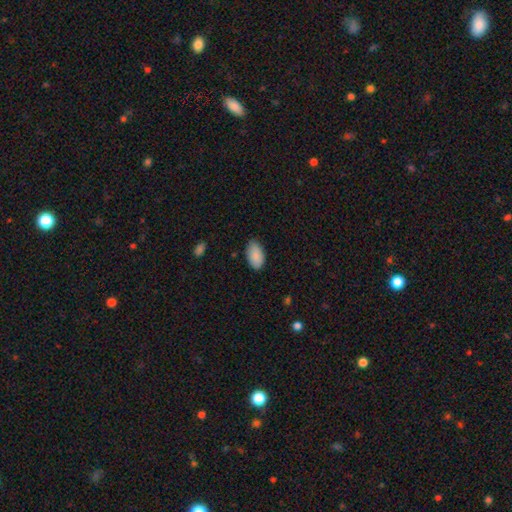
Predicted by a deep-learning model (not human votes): This appears to be a smooth galaxy with no disk features (89%) that is in between round and cigar-shaped (95%). Merging: none (83%).